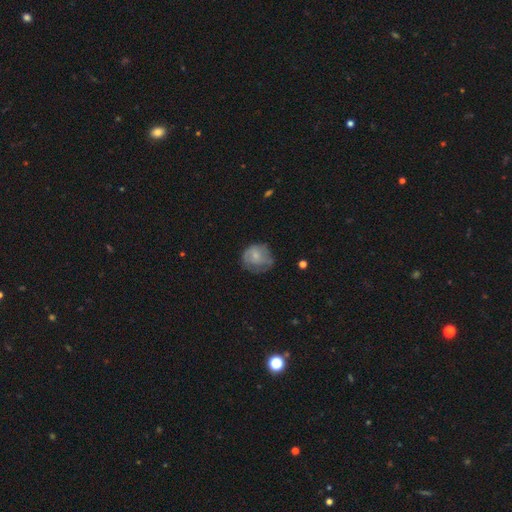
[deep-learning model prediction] Q: Smooth or featured?
A: smooth (63%); runner-up: featured or disk (29%)
Q: How rounded?
A: round (76%); runner-up: in between (23%)
Q: Merging?
A: none (48%); runner-up: minor disturbance (31%)